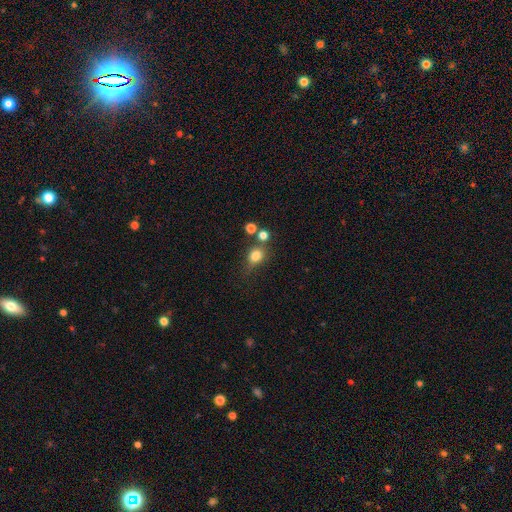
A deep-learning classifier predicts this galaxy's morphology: smooth-or-featured: smooth: 78% | star or artifact: 13% | featured or disk: 9%
  how-rounded: round: 66% | in between: 32% | cigar-shaped: 2%
  merging: none: 54% | minor disturbance: 19% | merger: 17% | major disturbance: 9%